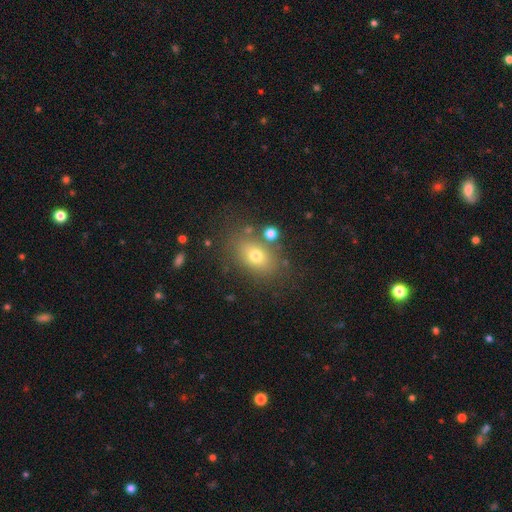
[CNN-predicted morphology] A smooth galaxy with no disk features (71%) that is in between round and cigar-shaped (72%). Merging: none (75%).